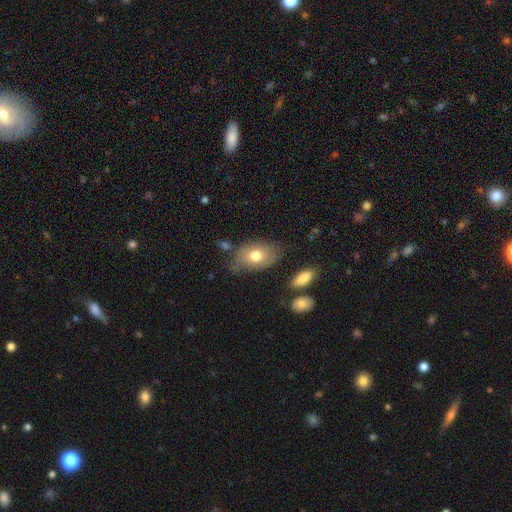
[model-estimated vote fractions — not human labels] This is likely a smooth galaxy (70%). How rounded: clearly in between (84%). Merging: likely none (64%).